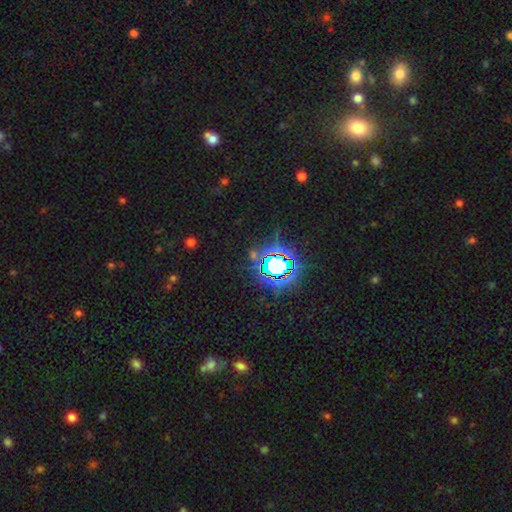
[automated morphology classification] Smooth or featured: star or artifact — 76% (smooth — 15%)